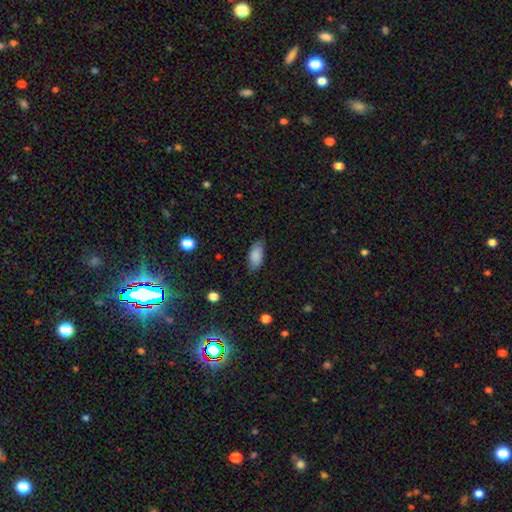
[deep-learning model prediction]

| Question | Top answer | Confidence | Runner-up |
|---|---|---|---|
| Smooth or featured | smooth | 86% | featured or disk (7%) |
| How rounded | in between | 90% | cigar-shaped (7%) |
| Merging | none | 79% | minor disturbance (17%) |